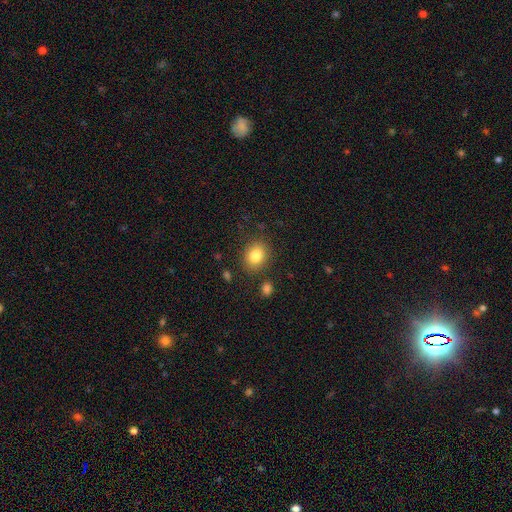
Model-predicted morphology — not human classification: type=smooth (83%); roundness=round (60%); merging=none (84%).